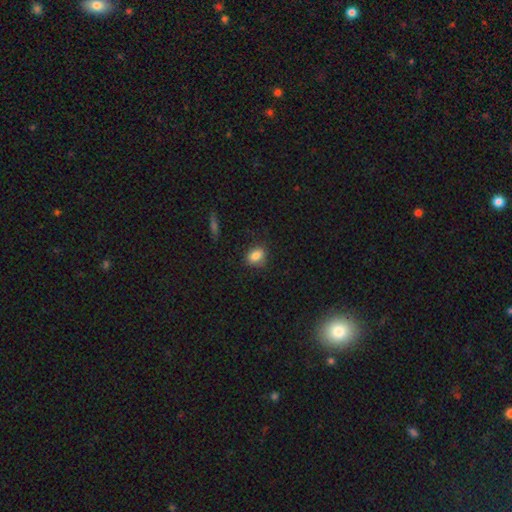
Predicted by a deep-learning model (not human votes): This appears to be a smooth galaxy with no disk features (84%) that is in between round and cigar-shaped (63%). Merging: none (81%).